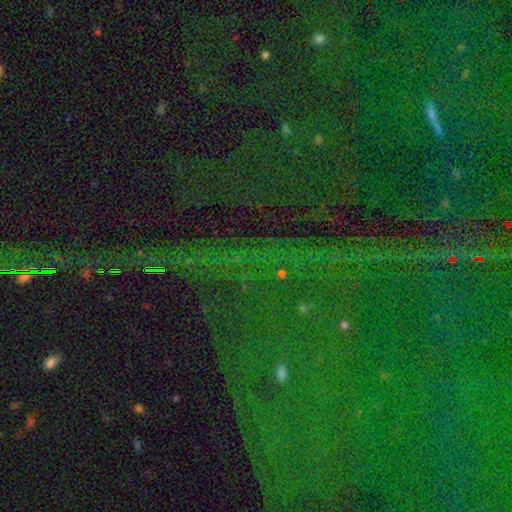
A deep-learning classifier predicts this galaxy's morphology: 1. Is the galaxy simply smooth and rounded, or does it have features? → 85% star or artifact, 7% featured or disk, 7% smooth.